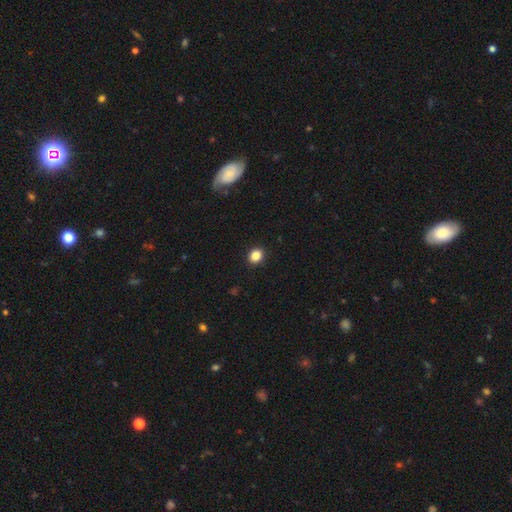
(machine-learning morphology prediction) Smooth or featured? smooth (85%)
How rounded? round (62%)
Merging? none (91%)